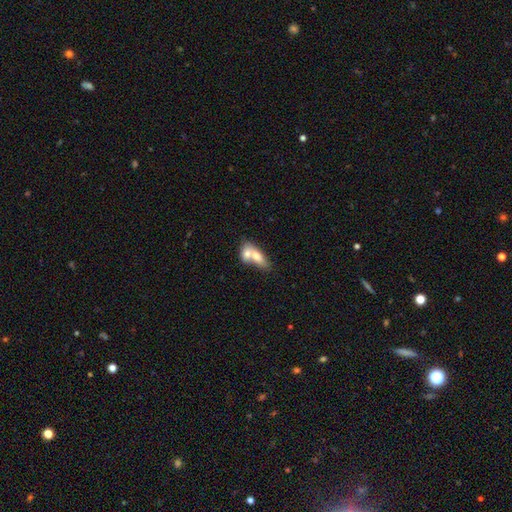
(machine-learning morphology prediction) Q: Smooth or featured?
A: smooth (68%); runner-up: featured or disk (25%)
Q: How rounded?
A: in between (75%); runner-up: round (13%)
Q: Merging?
A: merger (73%); runner-up: none (16%)